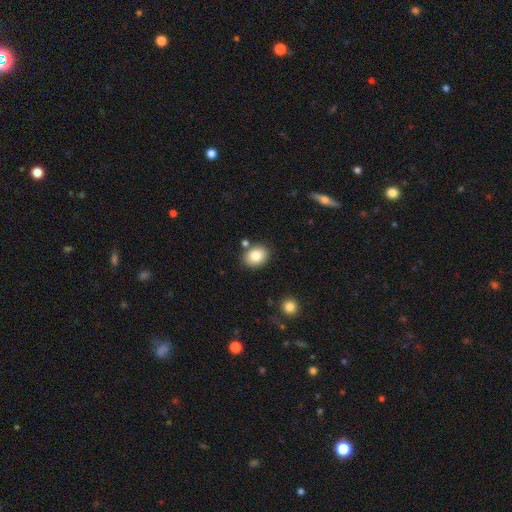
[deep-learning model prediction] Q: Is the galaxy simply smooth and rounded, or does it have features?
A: smooth — 82%.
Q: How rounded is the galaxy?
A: in between — 61%.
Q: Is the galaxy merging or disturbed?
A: none — 80%.